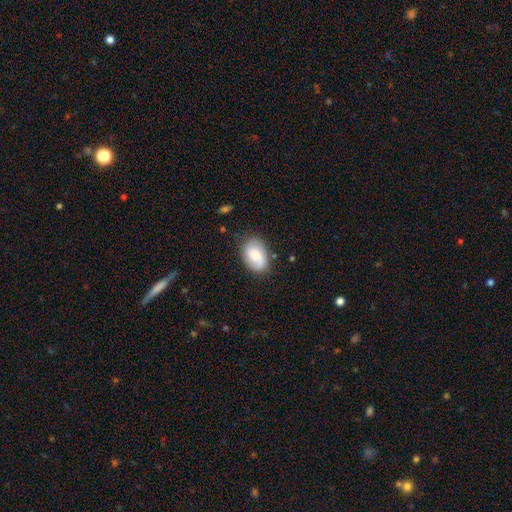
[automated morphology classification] Q: Smooth or featured?
A: smooth (57%); runner-up: featured or disk (36%)
Q: How rounded?
A: in between (83%); runner-up: round (16%)
Q: Merging?
A: none (75%); runner-up: minor disturbance (18%)